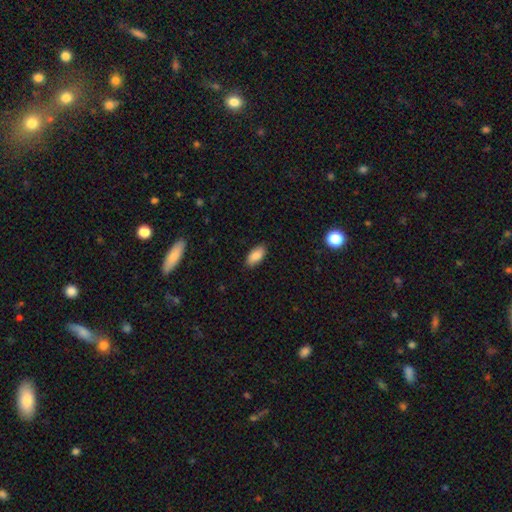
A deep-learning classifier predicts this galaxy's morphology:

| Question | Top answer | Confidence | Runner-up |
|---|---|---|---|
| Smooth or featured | smooth | 88% | star or artifact (7%) |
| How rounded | in between | 92% | cigar-shaped (6%) |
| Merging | none | 86% | minor disturbance (11%) |